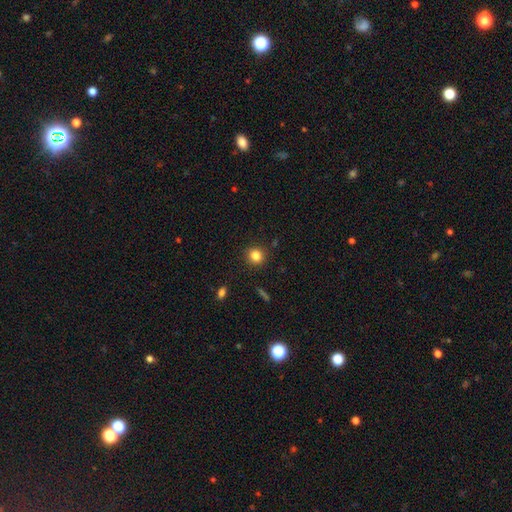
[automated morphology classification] A smooth galaxy with no disk features (83%) that is round (90%).

Vote fractions:
- Smooth or featured? smooth: 83% / star or artifact: 12% / featured or disk: 6%
- How rounded? round: 90% / in between: 9% / cigar-shaped: 1%
- Merging? none: 90% / minor disturbance: 6% / major disturbance: 2% / merger: 1%